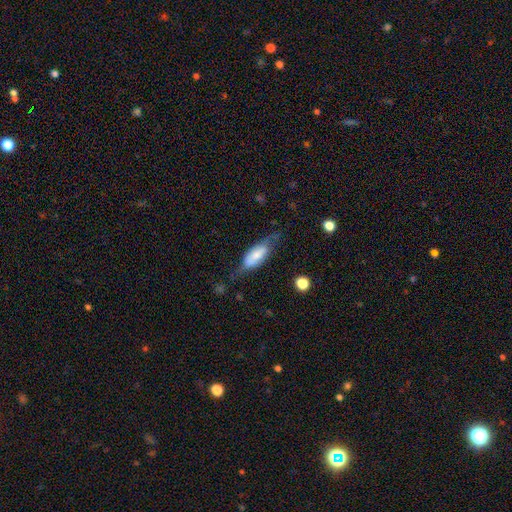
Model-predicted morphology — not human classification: Smooth or featured? smooth (51%)
How rounded? in between (74%)
Merging? none (50%)